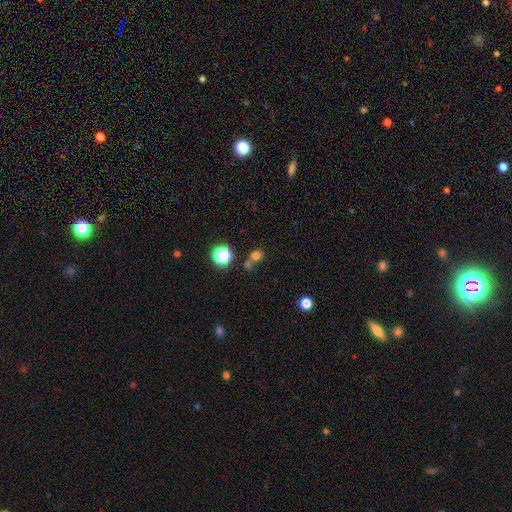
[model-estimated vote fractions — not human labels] Q: Smooth or featured?
A: smooth (72%); runner-up: star or artifact (21%)
Q: How rounded?
A: round (81%); runner-up: in between (18%)
Q: Merging?
A: none (54%); runner-up: merger (32%)